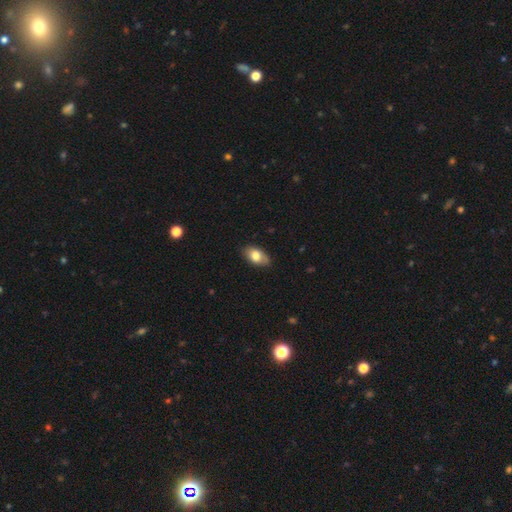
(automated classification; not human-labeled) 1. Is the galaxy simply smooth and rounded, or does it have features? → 78% smooth, 16% featured or disk, 7% star or artifact.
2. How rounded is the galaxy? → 91% in between, 6% round, 2% cigar-shaped.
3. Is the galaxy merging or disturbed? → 81% none, 15% minor disturbance, 2% major disturbance, 1% merger.